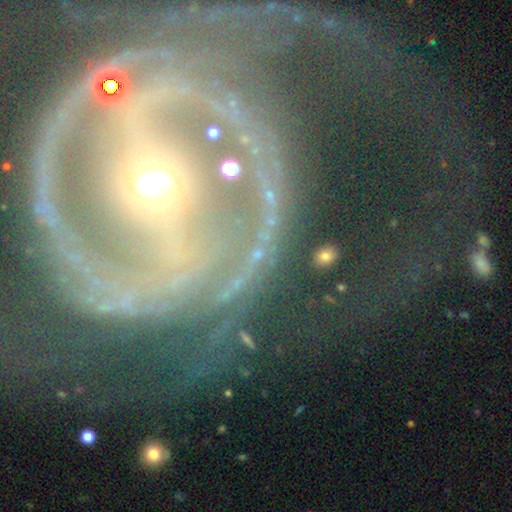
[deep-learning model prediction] Q: Smooth or featured?
A: star or artifact (45%); runner-up: featured or disk (28%)